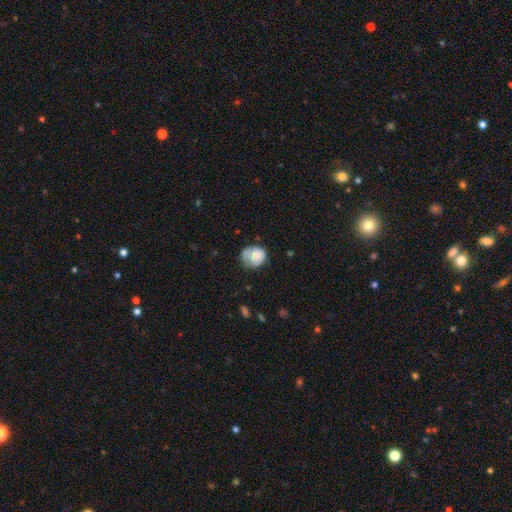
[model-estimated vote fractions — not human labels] A smooth galaxy with no disk features (69%) that is round (73%).

Vote fractions:
- Smooth or featured? smooth: 69% / featured or disk: 23% / star or artifact: 8%
- How rounded? round: 73% / in between: 26% / cigar-shaped: 1%
- Merging? none: 49% / minor disturbance: 34% / major disturbance: 13% / merger: 4%